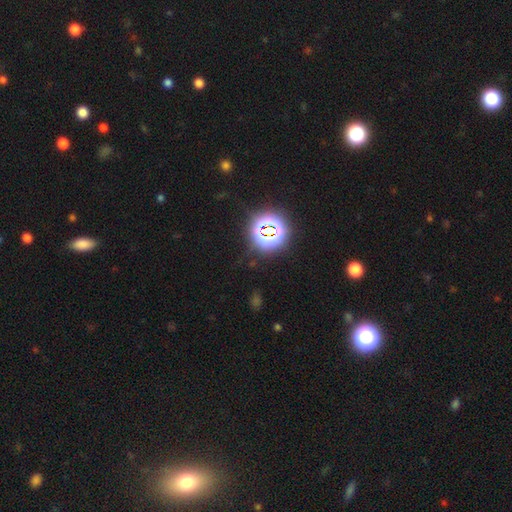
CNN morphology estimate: smooth_or_featured: star or artifact (p=0.78) [alt: smooth p=0.14]